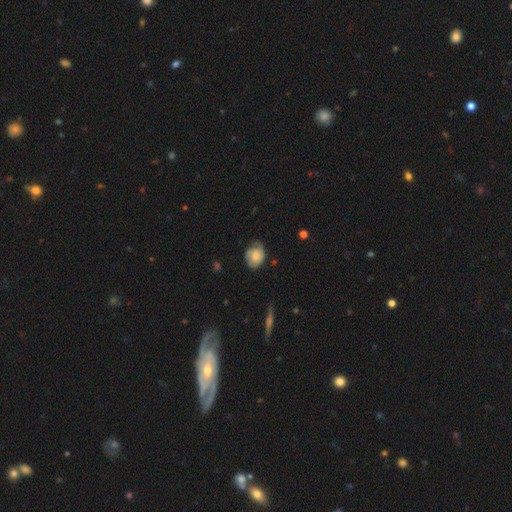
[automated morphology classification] This appears to be a smooth galaxy with no disk features (59%) that is in between round and cigar-shaped (51%). Merging: none (54%).